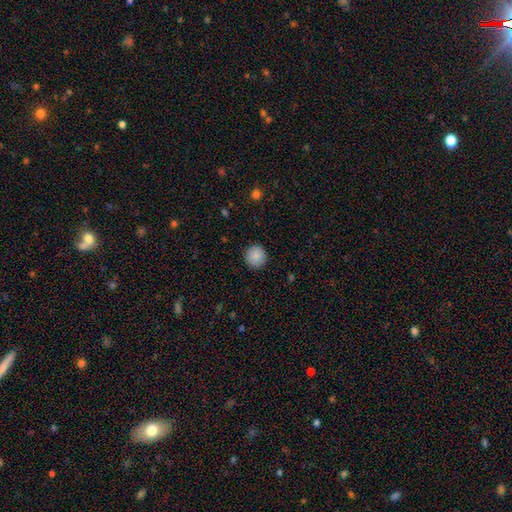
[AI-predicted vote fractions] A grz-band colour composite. It shows a smooth galaxy with no disk features (88%) that is round (93%). Merging: none (91%).